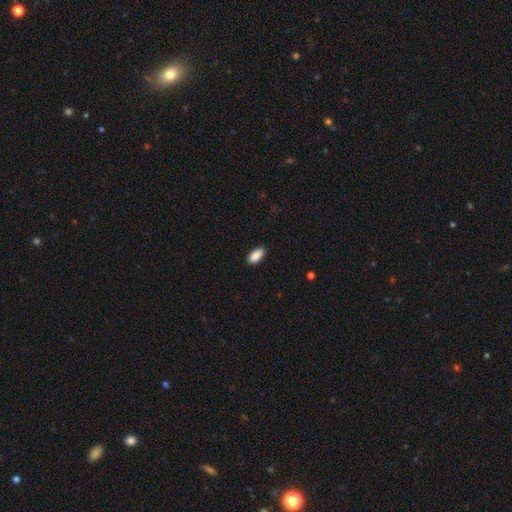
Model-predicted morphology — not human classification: The model was most divided on "how rounded": in between: 87%, cigar-shaped: 11%, round: 2%. More confident: smooth or featured — smooth (90%); merging — none (88%).